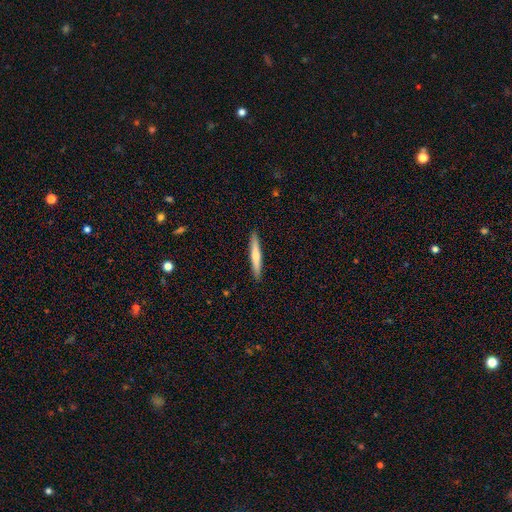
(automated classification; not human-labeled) Q: Smooth or featured?
A: smooth (57%); runner-up: featured or disk (38%)
Q: How rounded?
A: cigar-shaped (94%); runner-up: in between (4%)
Q: Merging?
A: none (91%); runner-up: minor disturbance (6%)